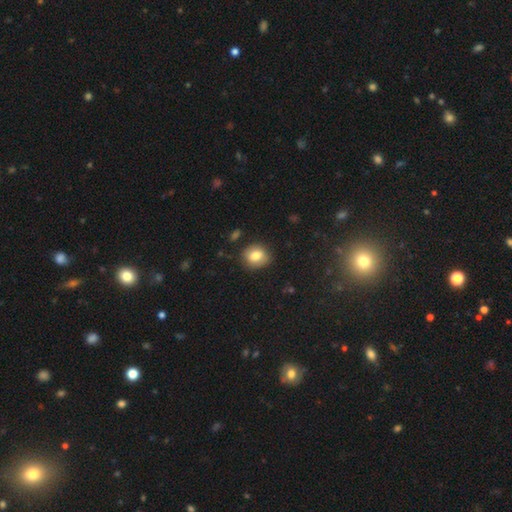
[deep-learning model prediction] Smooth or featured? smooth (79%)
How rounded? round (70%)
Merging? none (82%)